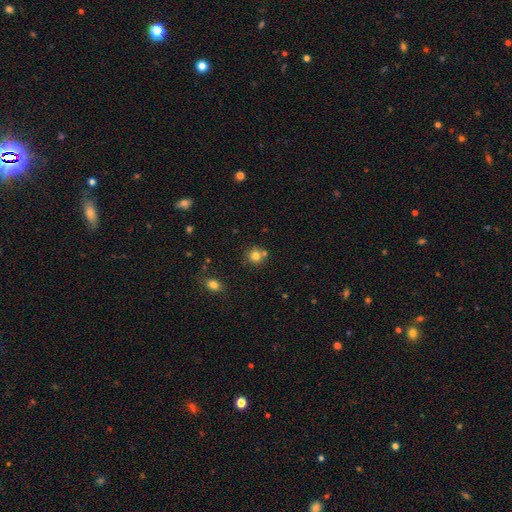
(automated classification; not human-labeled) A smooth galaxy with no disk features (78%) that is round (90%).

Vote fractions:
- Smooth or featured? smooth: 78% / star or artifact: 13% / featured or disk: 9%
- How rounded? round: 90% / in between: 9% / cigar-shaped: 1%
- Merging? none: 67% / merger: 21% / minor disturbance: 9% / major disturbance: 3%